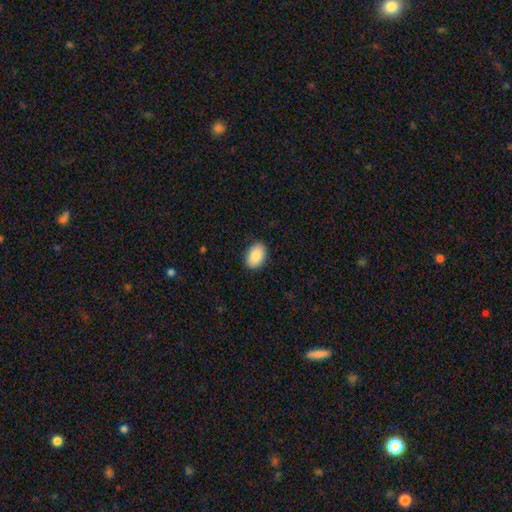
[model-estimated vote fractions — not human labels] smooth_or_featured: smooth (p=0.89) [alt: star or artifact p=0.06]
how_rounded: in between (p=0.88) [alt: round p=0.11]
merging: none (p=0.89) [alt: minor disturbance p=0.08]